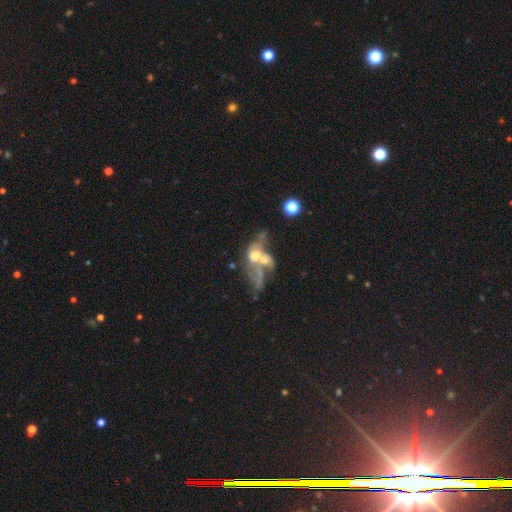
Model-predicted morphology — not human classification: This appears to be a featured or disk galaxy (53%) with no bar (82%), no spiral arms (76%) and a moderate central bulge (43%). Merging: merger (67%).